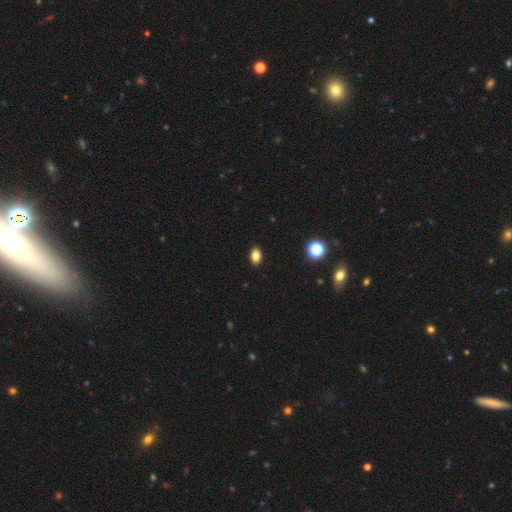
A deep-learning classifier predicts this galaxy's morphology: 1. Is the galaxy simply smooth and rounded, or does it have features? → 82% smooth, 11% star or artifact, 7% featured or disk.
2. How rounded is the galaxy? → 85% in between, 13% round, 2% cigar-shaped.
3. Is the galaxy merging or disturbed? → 90% none, 7% minor disturbance, 2% major disturbance, 1% merger.